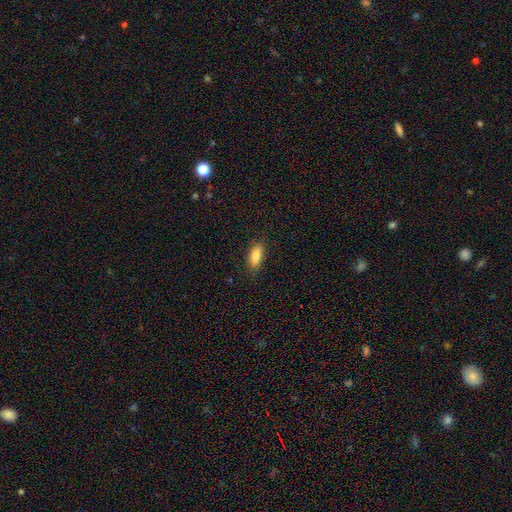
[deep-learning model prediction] This is clearly a smooth galaxy (86%). How rounded: clearly in between (82%). Merging: clearly none (86%).